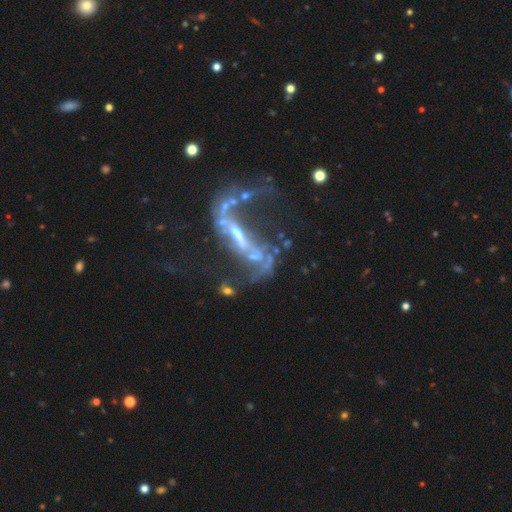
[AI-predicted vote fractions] This is likely a featured or disk galaxy (76%). It is clearly not viewed edge-on (83%). Bar: possibly strong (46%). Spiral arm pattern: likely yes (61%). Central bulge: marginally small (32%). Merging: marginally major disturbance (38%).